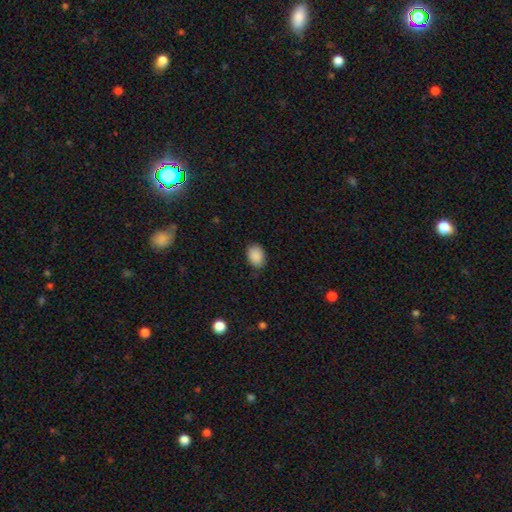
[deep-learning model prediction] smooth_or_featured: smooth (p=0.89) [alt: star or artifact p=0.08]
how_rounded: in between (p=0.79) [alt: round p=0.20]
merging: none (p=0.82) [alt: minor disturbance p=0.14]